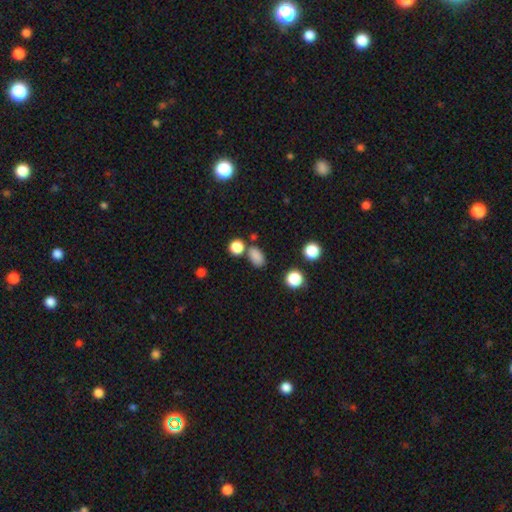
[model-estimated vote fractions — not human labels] A smooth galaxy with no disk features (83%) that is in between round and cigar-shaped (83%). Merging: none (70%).